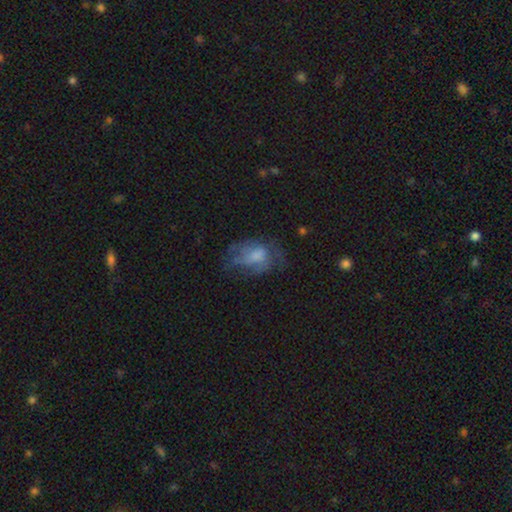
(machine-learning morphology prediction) Q: Smooth or featured?
A: smooth (47%); runner-up: featured or disk (42%)
Q: Merging?
A: none (40%); runner-up: major disturbance (33%)